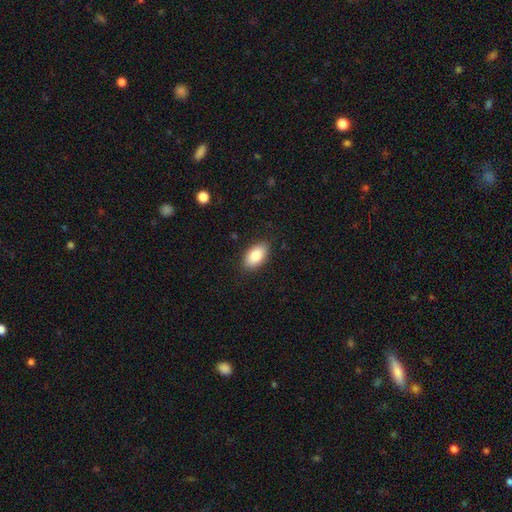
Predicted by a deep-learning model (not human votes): Smooth or featured? Predicted: smooth (p=0.85). How rounded? Predicted: in between (p=0.93). Merging? Predicted: none (p=0.87).